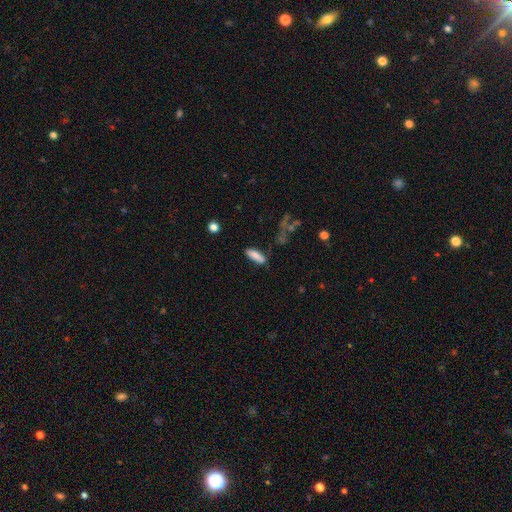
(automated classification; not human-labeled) Q: Smooth or featured?
A: smooth (83%); runner-up: featured or disk (10%)
Q: How rounded?
A: cigar-shaped (51%); runner-up: in between (47%)
Q: Merging?
A: none (77%); runner-up: minor disturbance (15%)